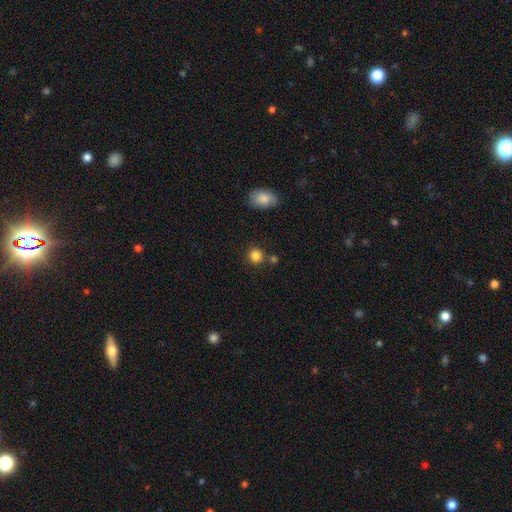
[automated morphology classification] Smooth or featured? Predicted: smooth (p=0.84). How rounded? Predicted: round (p=0.89). Merging? Predicted: none (p=0.77).